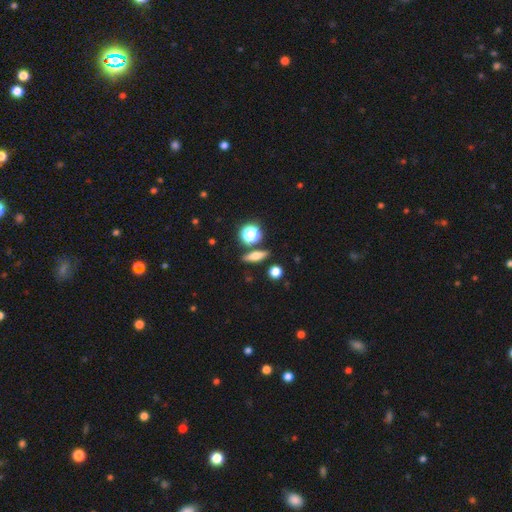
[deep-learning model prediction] The model was most divided on "how rounded": cigar-shaped: 48%, in between: 34%, round: 18%. More confident: merging — none (84%); smooth or featured — smooth (53%).